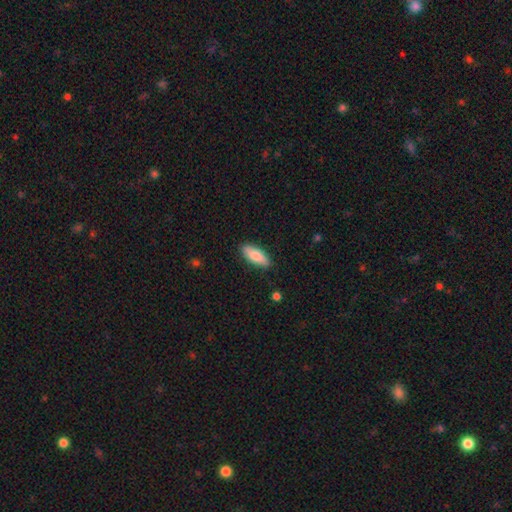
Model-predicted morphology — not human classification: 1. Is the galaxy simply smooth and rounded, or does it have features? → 82% smooth, 13% featured or disk, 6% star or artifact.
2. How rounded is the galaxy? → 72% in between, 26% cigar-shaped, 2% round.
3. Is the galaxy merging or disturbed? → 87% none, 10% minor disturbance, 2% major disturbance, 1% merger.